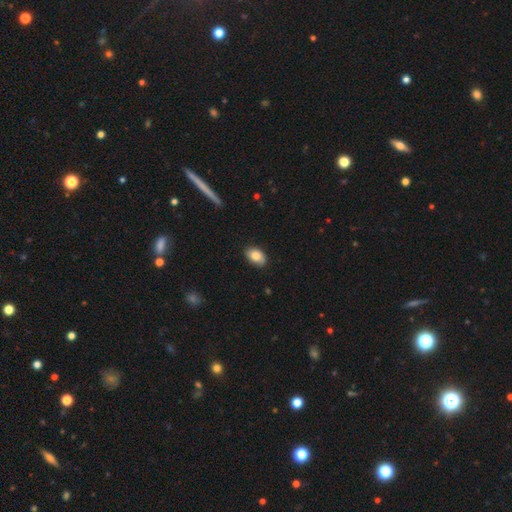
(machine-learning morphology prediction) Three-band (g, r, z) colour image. It shows a smooth galaxy with no disk features (82%) that is in between round and cigar-shaped (87%). Merging: none (80%).